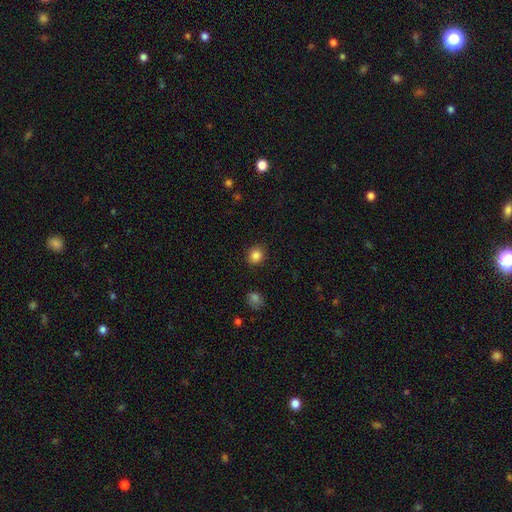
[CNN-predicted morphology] type=smooth (85%); roundness=round (82%); merging=none (89%).